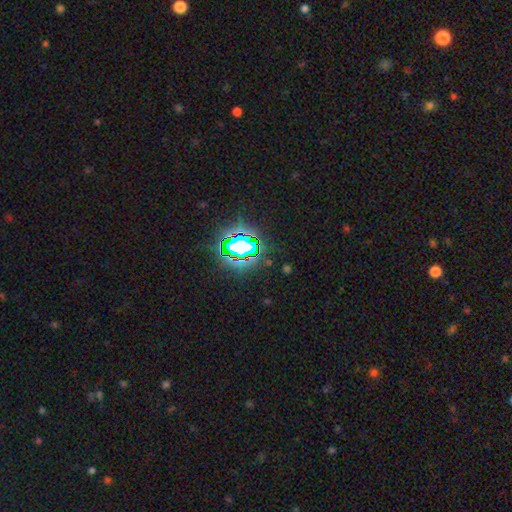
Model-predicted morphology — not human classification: Smooth or featured? Predicted: star or artifact (p=0.82).